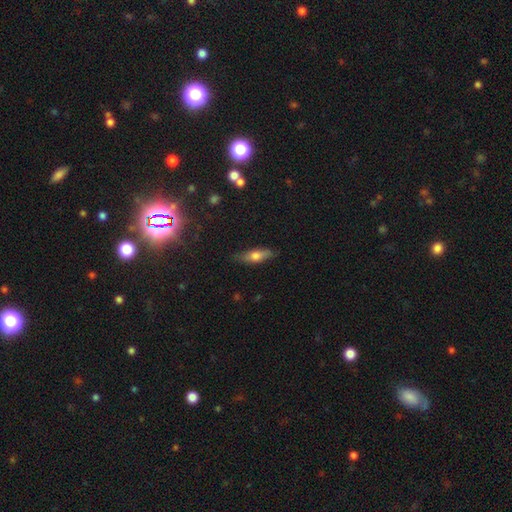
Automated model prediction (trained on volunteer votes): The model was most divided on "how rounded": in between: 52%, cigar-shaped: 45%, round: 3%. More confident: merging — none (80%); smooth or featured — smooth (63%).